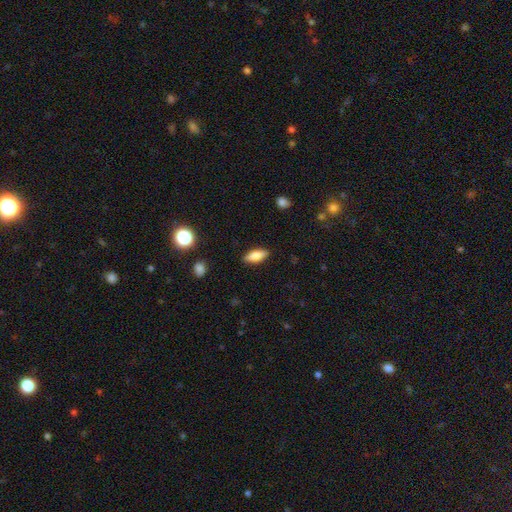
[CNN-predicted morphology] smooth_or_featured: smooth (p=0.75) [alt: featured or disk p=0.18]
how_rounded: in between (p=0.73) [alt: cigar-shaped p=0.24]
merging: none (p=0.87) [alt: minor disturbance p=0.09]